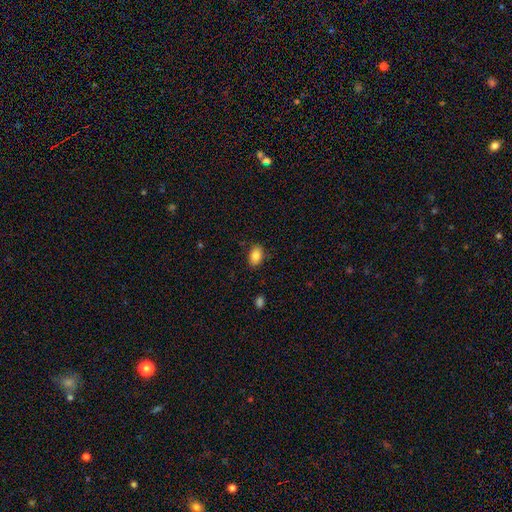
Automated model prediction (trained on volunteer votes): A smooth galaxy with no disk features (86%) that is in between round and cigar-shaped (85%). Merging: none (83%).